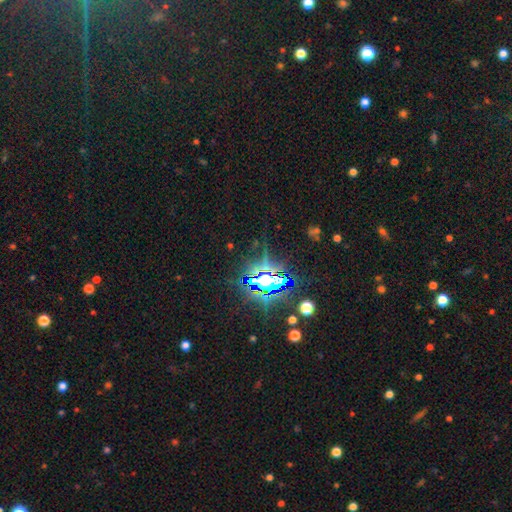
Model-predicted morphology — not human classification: A star or artifact, not a galaxy (86%).